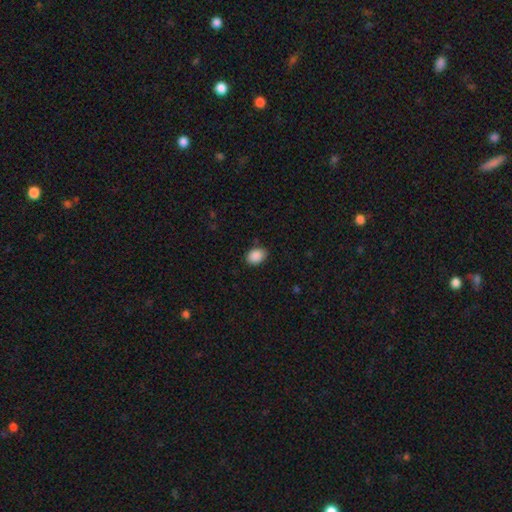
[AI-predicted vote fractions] Smooth or featured? Predicted: smooth (p=0.90). How rounded? Predicted: in between (p=0.74). Merging? Predicted: none (p=0.85).